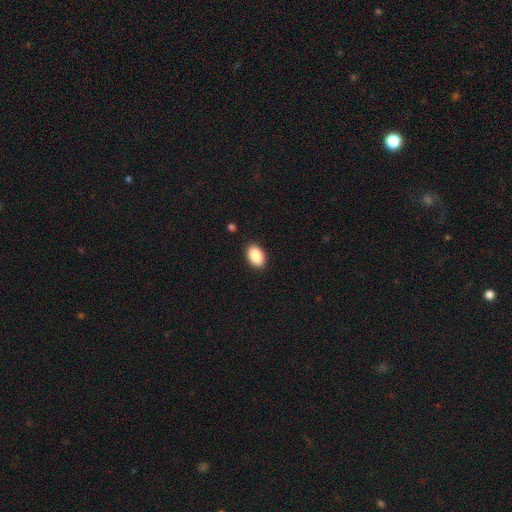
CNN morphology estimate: smooth 90%, star or artifact 7%, featured or disk 3%. Down the decision tree: how rounded — in between (89%); merging — none (90%).